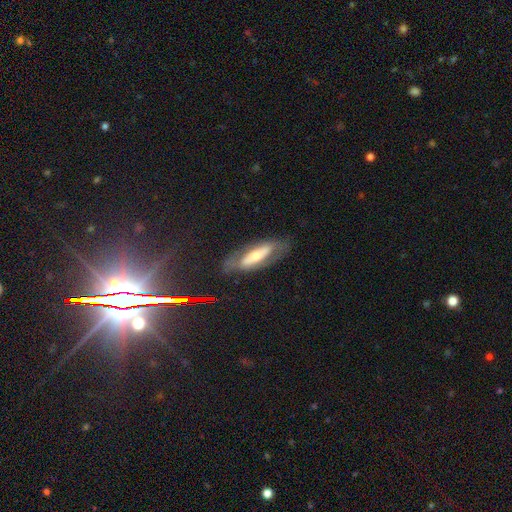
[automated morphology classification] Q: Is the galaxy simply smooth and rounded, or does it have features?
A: featured or disk — 61%.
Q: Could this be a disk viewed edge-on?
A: no — 69%.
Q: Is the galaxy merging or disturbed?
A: none — 75%.